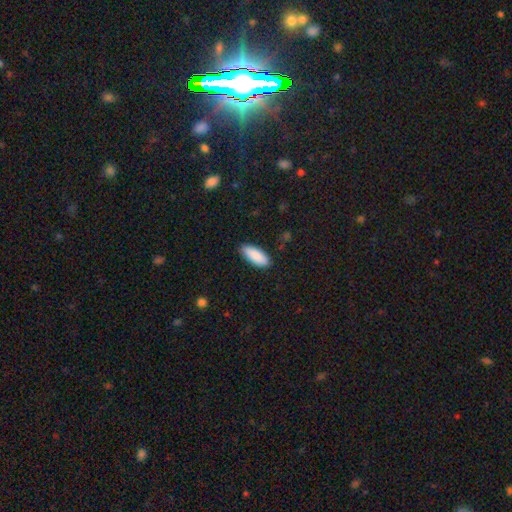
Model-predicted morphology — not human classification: A smooth galaxy with no disk features (90%) that is in between round and cigar-shaped (81%).

Vote fractions:
- Smooth or featured? smooth: 90% / star or artifact: 6% / featured or disk: 5%
- How rounded? in between: 81% / cigar-shaped: 17% / round: 2%
- Merging? none: 87% / minor disturbance: 10% / major disturbance: 2% / merger: 1%